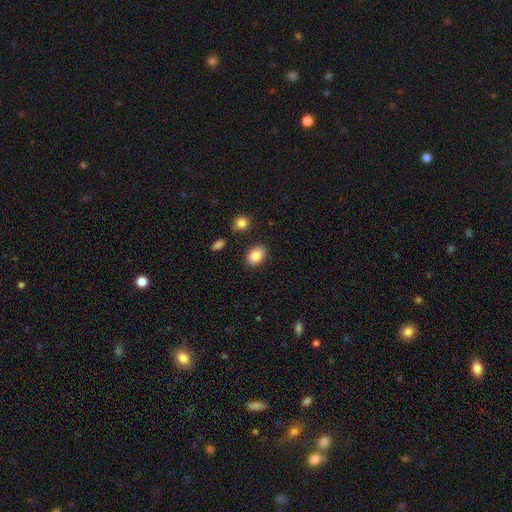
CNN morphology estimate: Smooth or featured? Predicted: smooth (p=0.86). How rounded? Predicted: in between (p=0.79). Merging? Predicted: none (p=0.84).